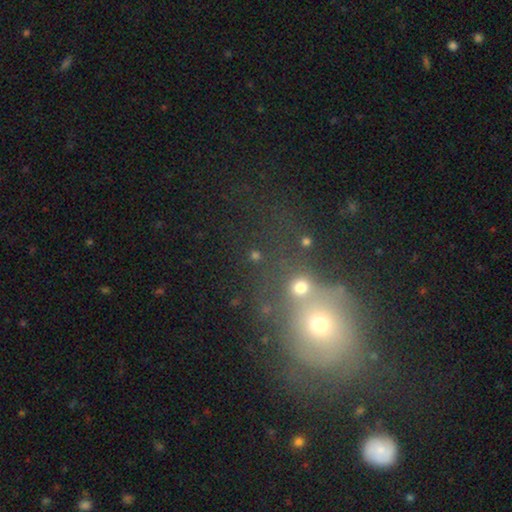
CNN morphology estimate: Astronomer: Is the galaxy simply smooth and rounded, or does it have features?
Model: smooth — 61%.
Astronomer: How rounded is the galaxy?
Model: round — 82%.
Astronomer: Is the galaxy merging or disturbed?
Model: none — 61%.